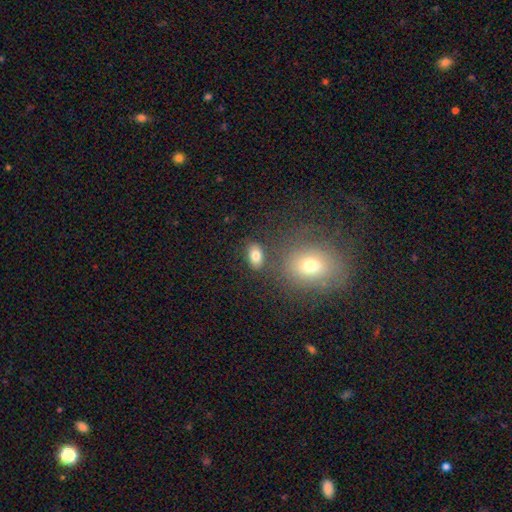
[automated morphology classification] Smooth or featured?
  - smooth: 79% *
  - star or artifact: 11%
  - featured or disk: 10%
How rounded?
  - in between: 85% *
  - round: 13%
  - cigar-shaped: 2%
Merging?
  - none: 78% *
  - minor disturbance: 11%
  - merger: 8%
  - major disturbance: 4%